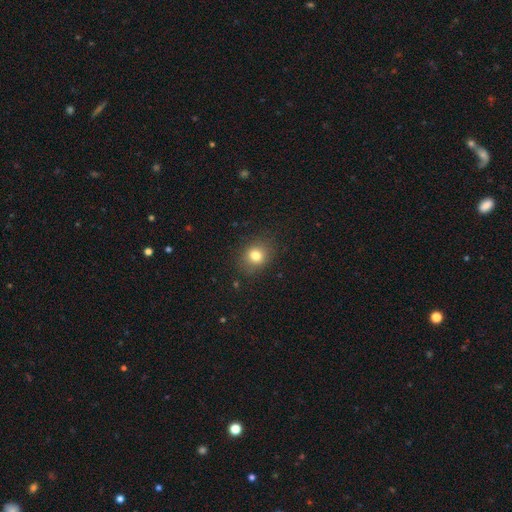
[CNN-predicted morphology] A smooth galaxy with no disk features (80%) that is round (65%). Merging: none (84%).